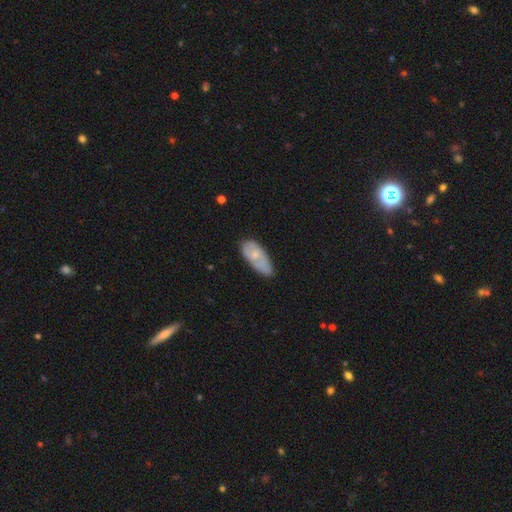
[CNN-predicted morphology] Q: Smooth or featured?
A: smooth (58%); runner-up: featured or disk (35%)
Q: How rounded?
A: in between (85%); runner-up: cigar-shaped (13%)
Q: Merging?
A: none (57%); runner-up: minor disturbance (32%)